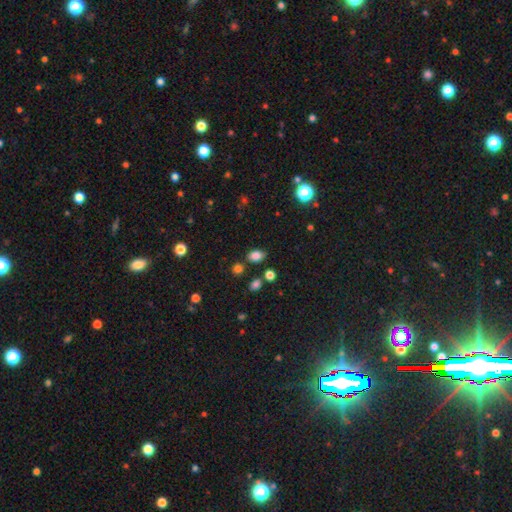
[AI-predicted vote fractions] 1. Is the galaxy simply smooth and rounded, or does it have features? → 82% smooth, 12% star or artifact, 5% featured or disk.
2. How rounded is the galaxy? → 78% in between, 20% round, 1% cigar-shaped.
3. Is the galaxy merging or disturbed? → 78% none, 12% minor disturbance, 6% merger, 3% major disturbance.